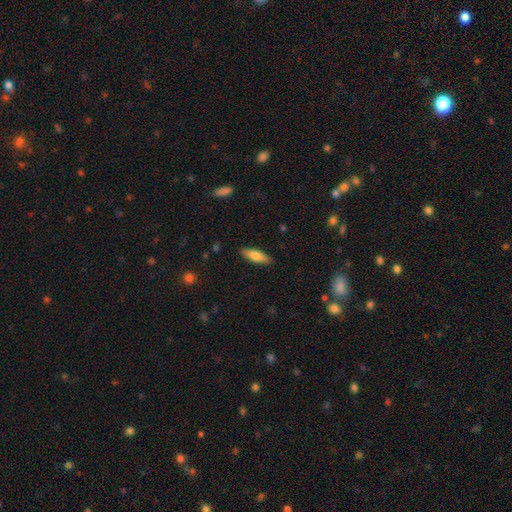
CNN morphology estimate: Smooth or featured? Predicted: smooth (p=0.78). How rounded? Predicted: in between (p=0.55). Merging? Predicted: none (p=0.88).